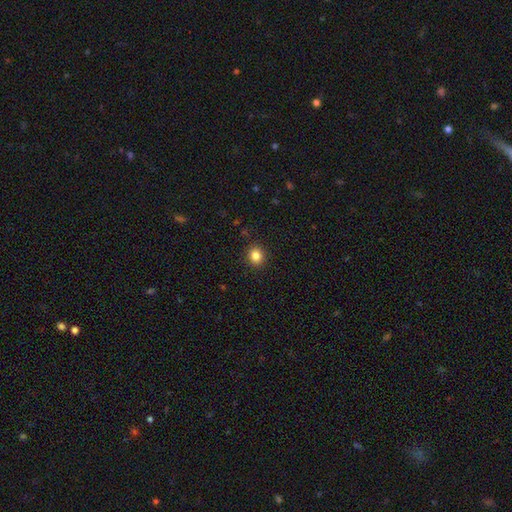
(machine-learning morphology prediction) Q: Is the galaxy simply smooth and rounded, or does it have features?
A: smooth — 84%.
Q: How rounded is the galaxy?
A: round — 82%.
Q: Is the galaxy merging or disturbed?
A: none — 90%.